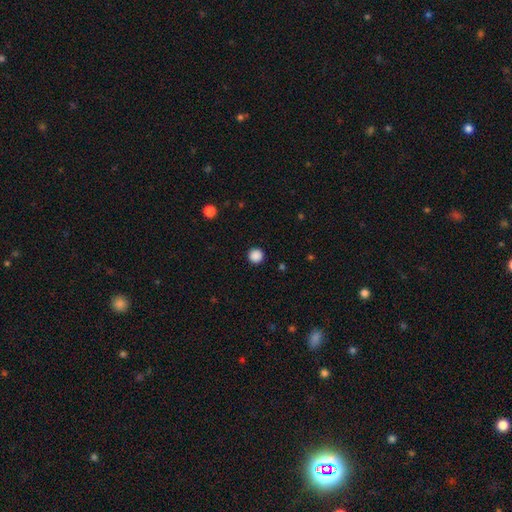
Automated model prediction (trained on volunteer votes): smooth_or_featured: smooth (p=0.88) [alt: star or artifact p=0.10]
how_rounded: round (p=0.96) [alt: in between p=0.03]
merging: none (p=0.93) [alt: minor disturbance p=0.04]